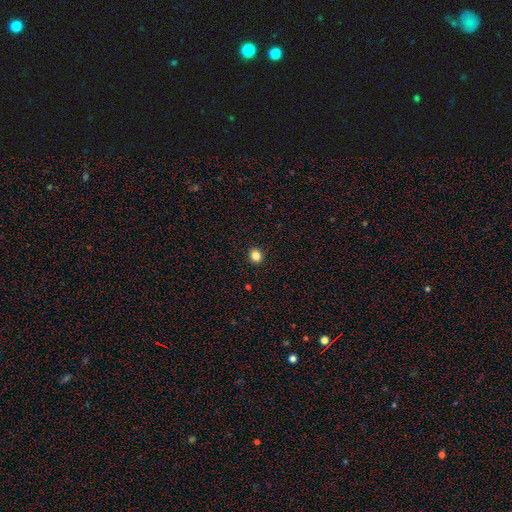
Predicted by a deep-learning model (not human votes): This appears to be a smooth galaxy with no disk features (84%) that is round (76%). Merging: none (92%).